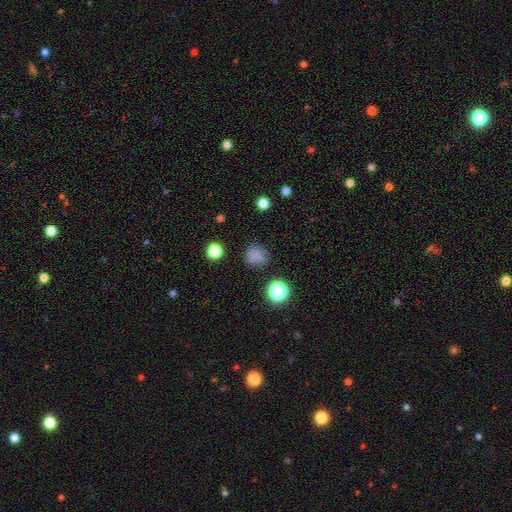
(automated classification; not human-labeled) Smooth or featured?
  - smooth: 73% *
  - star or artifact: 19%
  - featured or disk: 8%
How rounded?
  - round: 77% *
  - in between: 22%
  - cigar-shaped: 1%
Merging?
  - none: 74% *
  - minor disturbance: 16%
  - major disturbance: 6%
  - merger: 3%